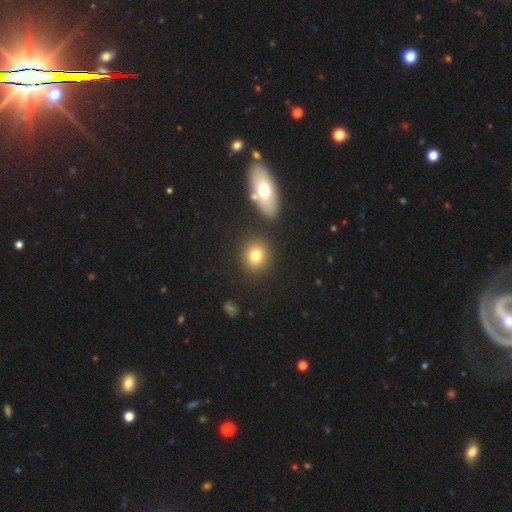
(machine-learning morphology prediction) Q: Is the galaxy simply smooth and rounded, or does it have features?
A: smooth — 79%.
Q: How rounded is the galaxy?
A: round — 78%.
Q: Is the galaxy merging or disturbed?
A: none — 82%.